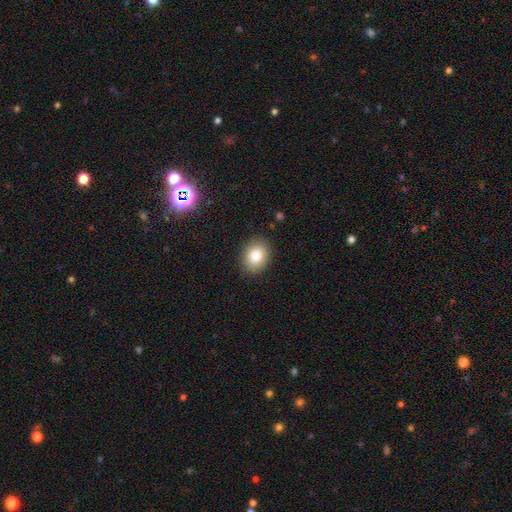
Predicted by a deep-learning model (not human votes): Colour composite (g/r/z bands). It shows a smooth galaxy with no disk features (82%) that is in between round and cigar-shaped (56%). Merging: none (88%).